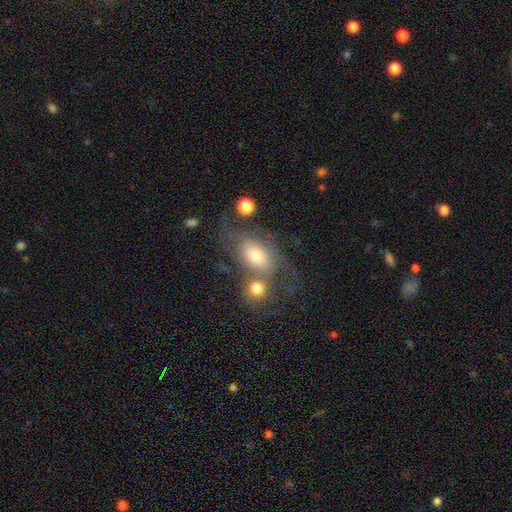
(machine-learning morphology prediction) smooth-or-featured: featured or disk: 48% | smooth: 44% | star or artifact: 8%
  merging: merger: 35% | none: 32% | major disturbance: 17% | minor disturbance: 16%